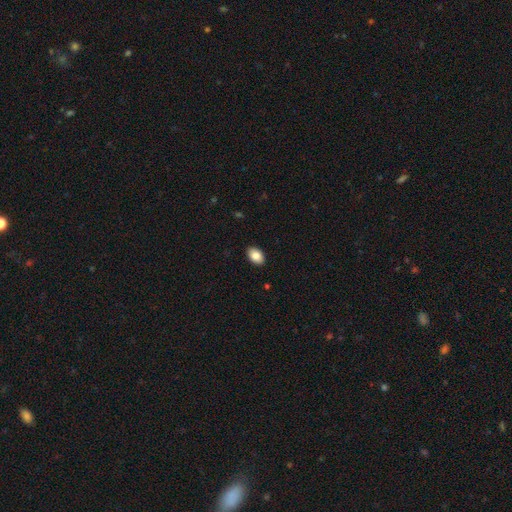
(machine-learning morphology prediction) smooth 85%, featured or disk 7%, star or artifact 7%. Down the decision tree: how rounded — in between (89%); merging — none (90%).